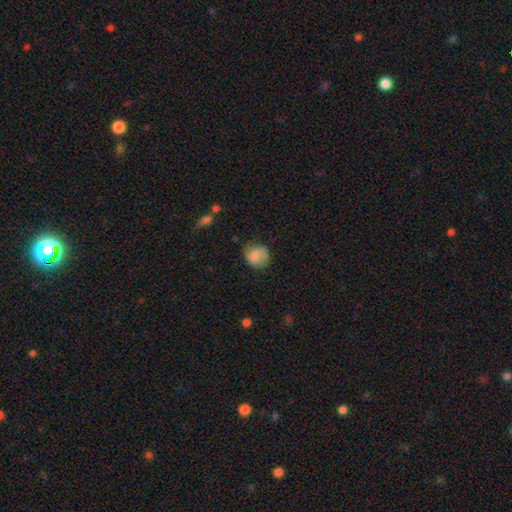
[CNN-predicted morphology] A smooth galaxy with no disk features (75%) that is round (76%). Merging: none (56%).